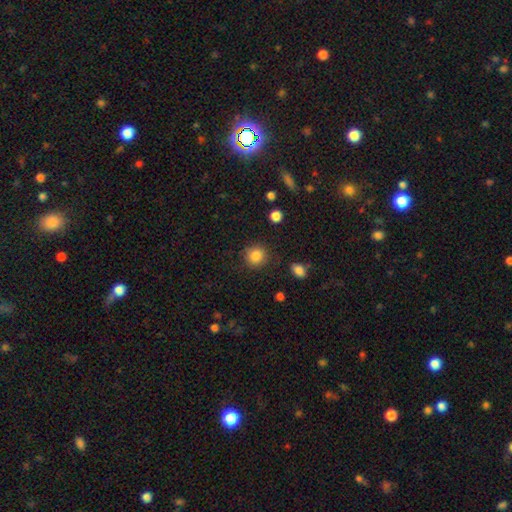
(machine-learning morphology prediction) Smooth or featured: smooth — 85% (star or artifact — 10%)
How rounded: round — 90% (in between — 9%)
Merging: none — 86% (minor disturbance — 9%)